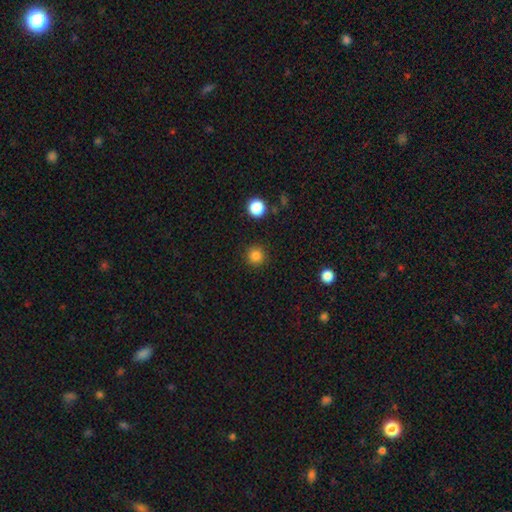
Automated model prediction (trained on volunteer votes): Overall: smooth (84%). How rounded: round (95%). Merging: none (91%).